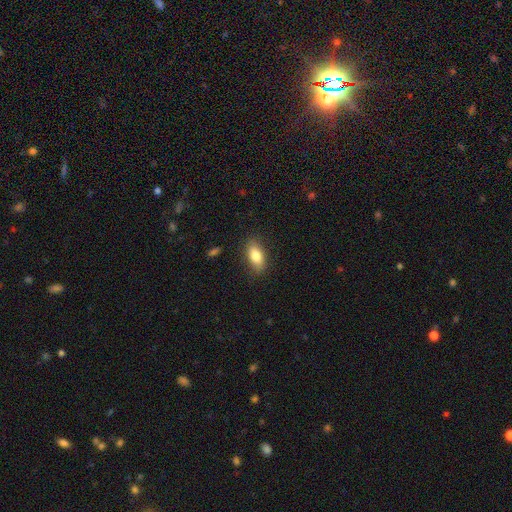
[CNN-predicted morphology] Q: Smooth or featured?
A: smooth (82%); runner-up: featured or disk (11%)
Q: How rounded?
A: in between (86%); runner-up: cigar-shaped (9%)
Q: Merging?
A: none (84%); runner-up: minor disturbance (12%)